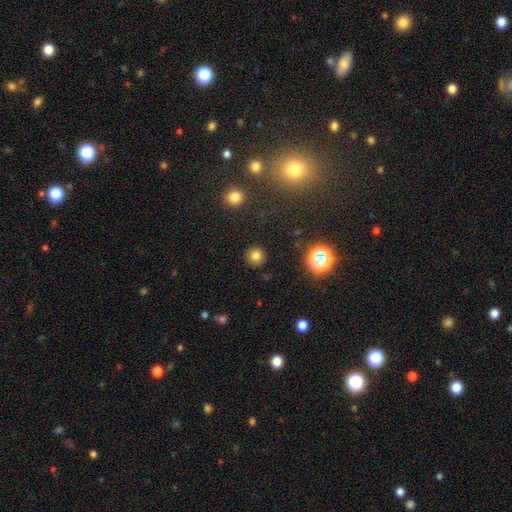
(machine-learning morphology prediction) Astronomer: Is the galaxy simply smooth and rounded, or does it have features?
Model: smooth — 78%.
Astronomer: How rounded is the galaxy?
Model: round — 93%.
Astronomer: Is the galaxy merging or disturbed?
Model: none — 90%.